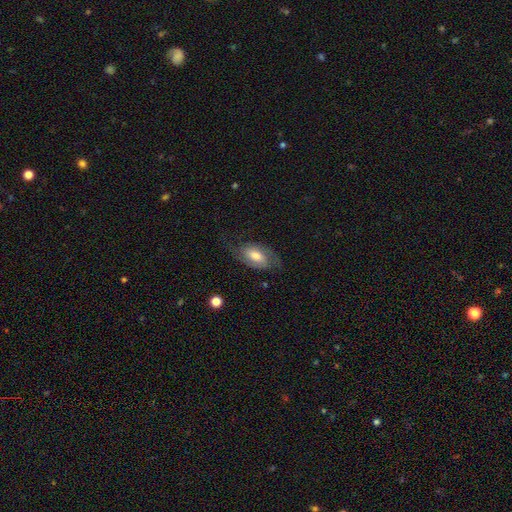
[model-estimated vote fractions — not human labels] A featured or disk galaxy (66%) with no bar (45%), 2 (85%) medium (44%) spiral arms (90%) and a moderate central bulge (59%).

Vote fractions:
- Smooth or featured? featured or disk: 66% / smooth: 27% / star or artifact: 7%
- Edge-on disk? no: 95% / yes: 5%
- Bar? no: 45% / weak: 42% / strong: 13%
- Spiral arms? yes: 90% / no: 10%
- Spiral winding? medium: 44% / loose: 31% / tight: 25%
- Spiral arm count? 2: 85% / can't tell: 7% / 1: 5% / 3: 1% / 4: 1% / more than 4: 1%
- Bulge size? moderate: 59% / large: 19% / small: 16% / none: 3% / dominant: 2%
- Merging? none: 66% / minor disturbance: 19% / major disturbance: 14% / merger: 1%